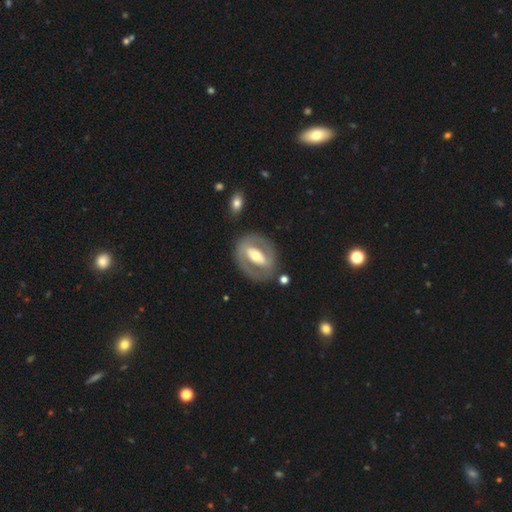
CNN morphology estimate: featured or disk 70%, smooth 25%, star or artifact 5%. Down the decision tree: edge-on disk — no (92%); bar — strong (52%); spiral arms — no (62%); bulge size — moderate (63%); merging — none (78%).